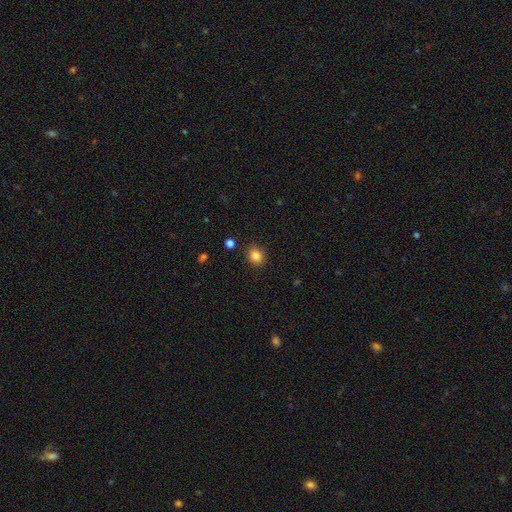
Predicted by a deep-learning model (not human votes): smooth 85%, star or artifact 11%, featured or disk 4%. Down the decision tree: how rounded — round (79%); merging — none (90%).